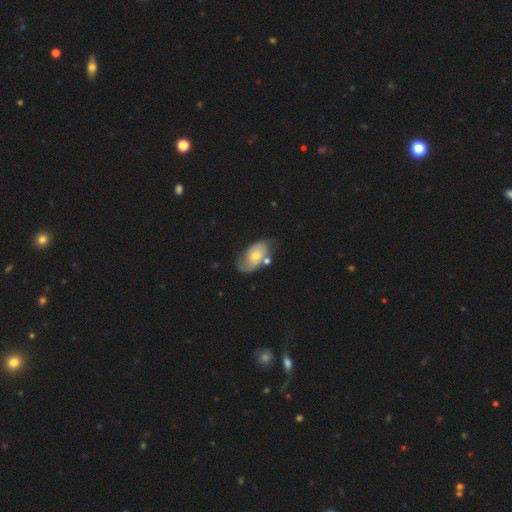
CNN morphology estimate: featured or disk 53%, smooth 41%, star or artifact 6%. Down the decision tree: edge-on disk — no (94%); merging — none (55%).